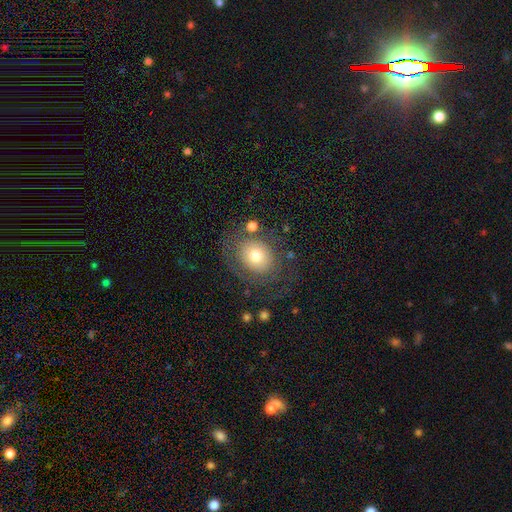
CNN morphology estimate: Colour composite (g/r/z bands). It shows a smooth galaxy with no disk features (63%) that is round (58%). Merging: none (64%).